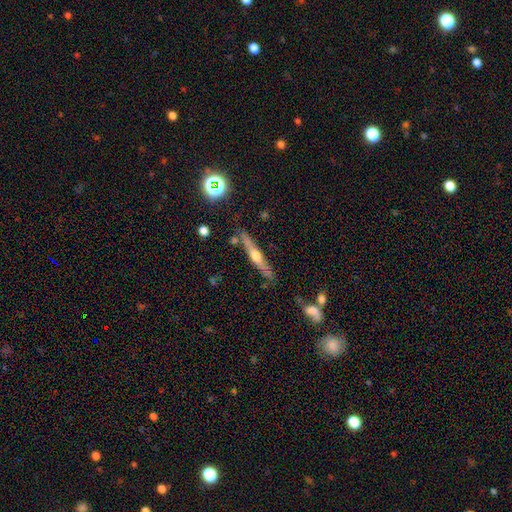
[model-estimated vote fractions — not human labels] This appears to be a featured or disk galaxy (62%) viewed edge-on (94%) with a rounded central bulge (88%). Merging: none (80%).